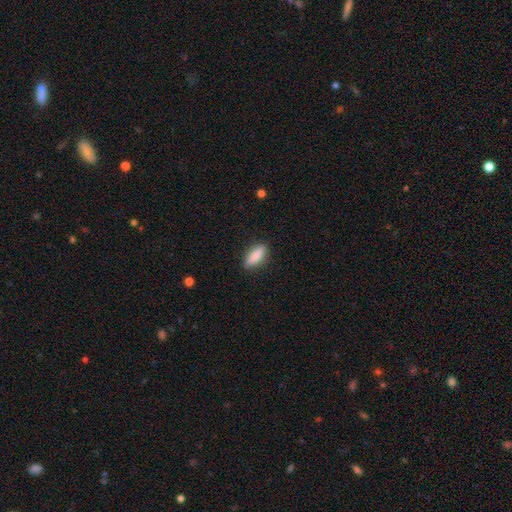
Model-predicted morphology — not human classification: Smooth or featured? smooth (80%)
How rounded? in between (56%)
Merging? none (86%)